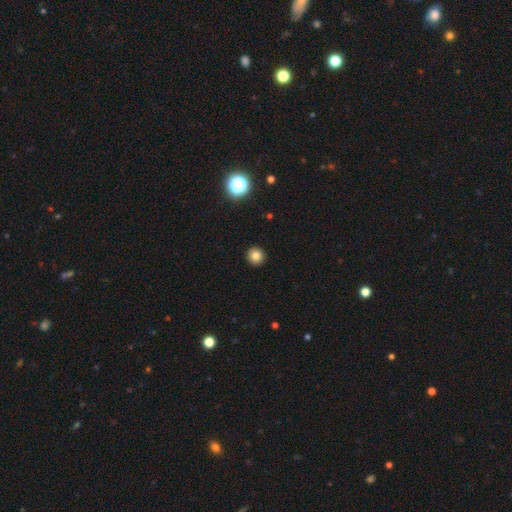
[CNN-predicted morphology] smooth 81%, star or artifact 13%, featured or disk 7%. Down the decision tree: how rounded — round (95%); merging — none (93%).